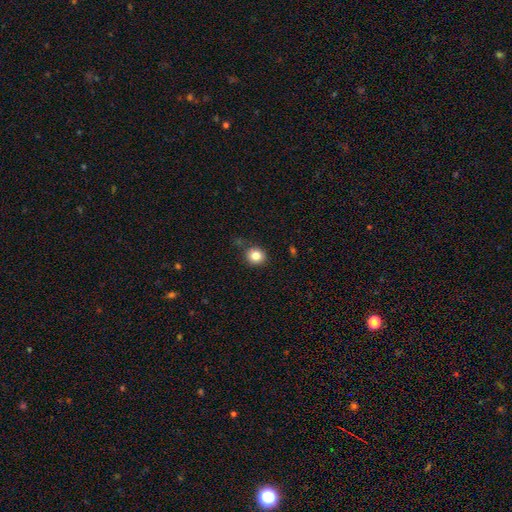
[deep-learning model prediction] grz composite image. It shows a smooth galaxy with no disk features (83%) that is round (85%). Merging: none (81%).